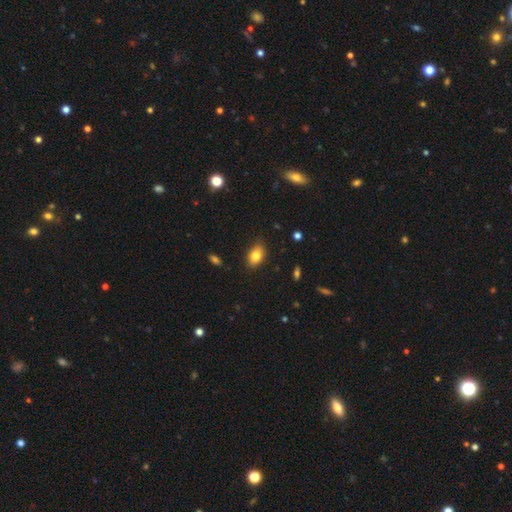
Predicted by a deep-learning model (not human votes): smooth-or-featured: smooth: 81% | featured or disk: 9% | star or artifact: 9%
  how-rounded: in between: 83% | round: 15% | cigar-shaped: 2%
  merging: none: 83% | minor disturbance: 14% | major disturbance: 3% | merger: 1%